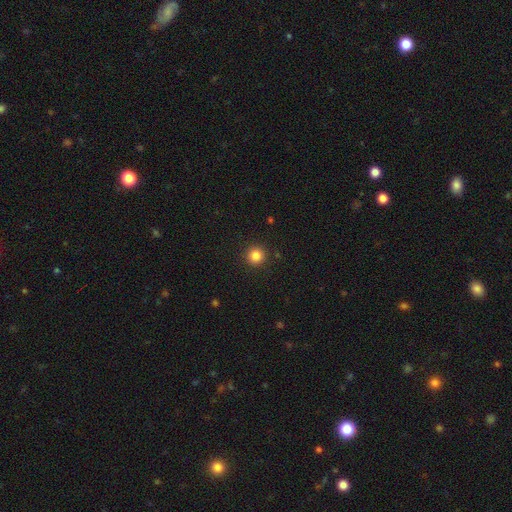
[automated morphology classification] Smooth or featured? smooth (84%)
How rounded? round (95%)
Merging? none (92%)